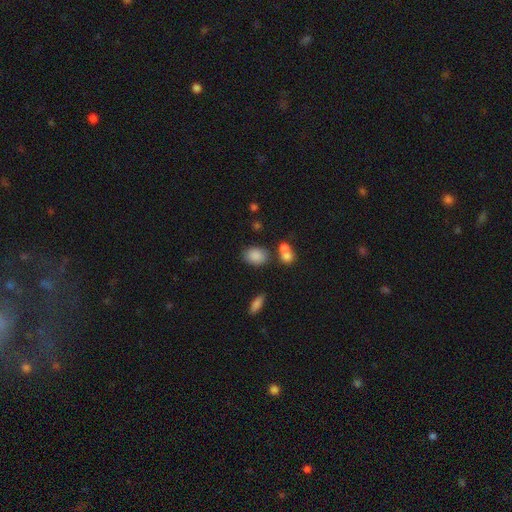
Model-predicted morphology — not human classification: Smooth or featured?
  - smooth: 84% *
  - star or artifact: 10%
  - featured or disk: 6%
How rounded?
  - in between: 72% *
  - round: 27%
  - cigar-shaped: 2%
Merging?
  - none: 69% *
  - minor disturbance: 14%
  - merger: 13%
  - major disturbance: 5%